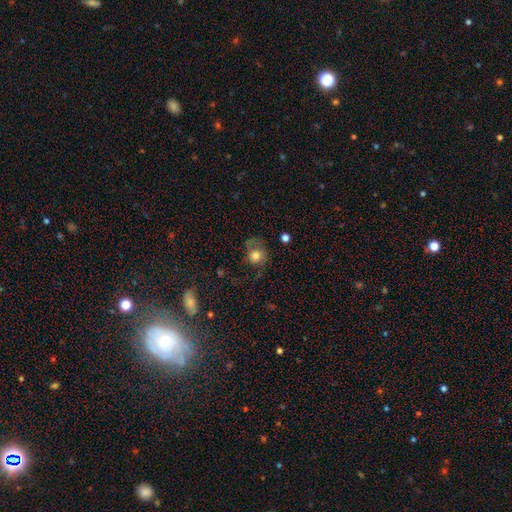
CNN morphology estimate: Smooth or featured: smooth — 67% (featured or disk — 22%)
How rounded: round — 73% (in between — 26%)
Merging: none — 45% (major disturbance — 27%)